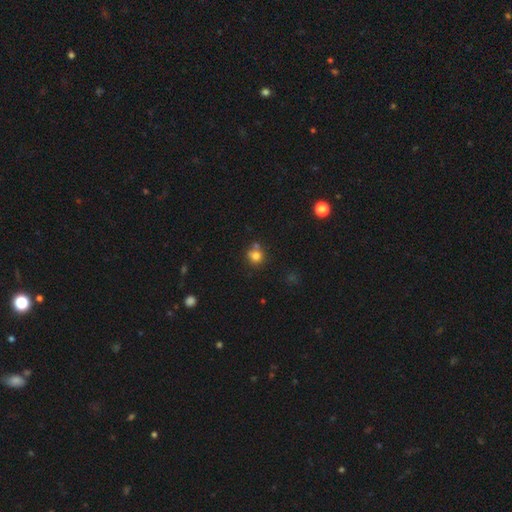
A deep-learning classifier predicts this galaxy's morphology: Smooth or featured? Predicted: smooth (p=0.76). How rounded? Predicted: round (p=0.86). Merging? Predicted: none (p=0.60).